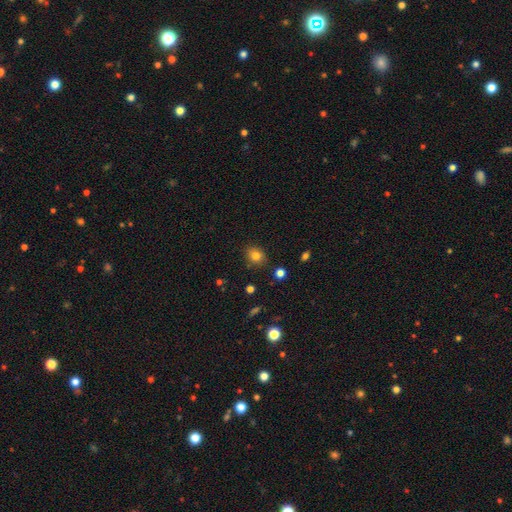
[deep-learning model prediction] The model was most divided on "how rounded": round: 65%, in between: 34%, cigar-shaped: 1%. More confident: merging — none (85%); smooth or featured — smooth (80%).